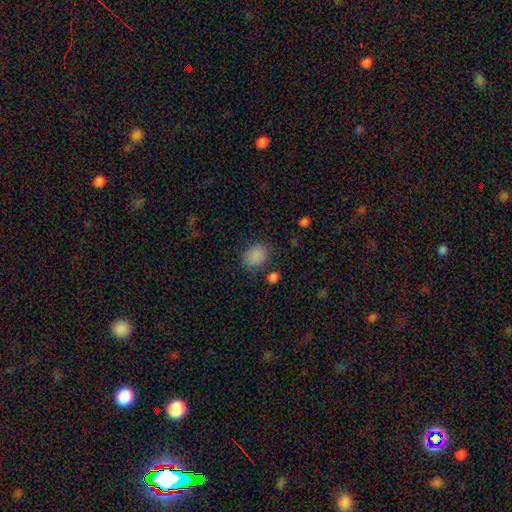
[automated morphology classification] Smooth or featured? Predicted: smooth (p=0.85). How rounded? Predicted: in between (p=0.51). Merging? Predicted: none (p=0.79).